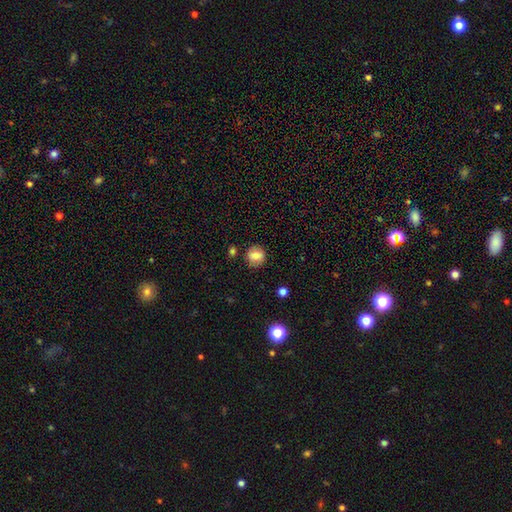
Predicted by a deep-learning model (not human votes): A smooth galaxy with no disk features (81%) that is round (78%). Merging: none (82%).